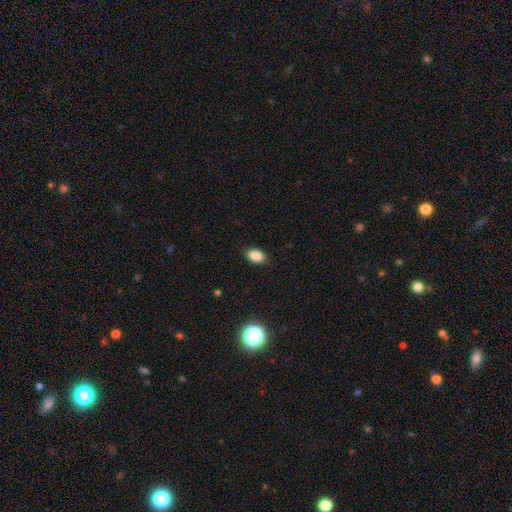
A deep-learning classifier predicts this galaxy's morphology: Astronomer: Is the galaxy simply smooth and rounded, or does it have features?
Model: smooth — 85%.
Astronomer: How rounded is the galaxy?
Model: in between — 87%.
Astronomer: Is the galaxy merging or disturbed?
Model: none — 87%.